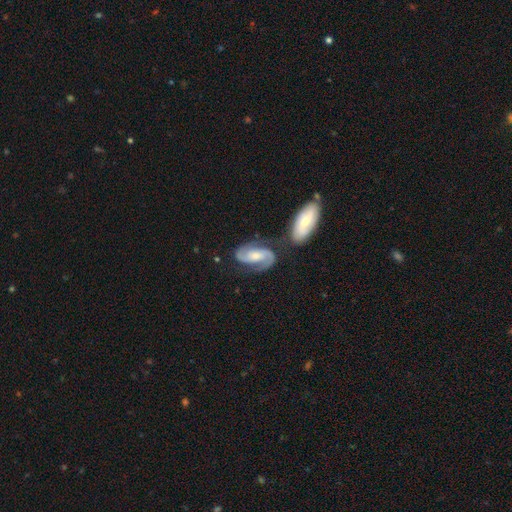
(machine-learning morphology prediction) type=featured or disk (86%); edge-on=no (97%); bar=no (43%); spiral arms=yes (98%); winding=medium (54%); arm count=2 (92%); bulge=moderate (47%); merging=none (60%).